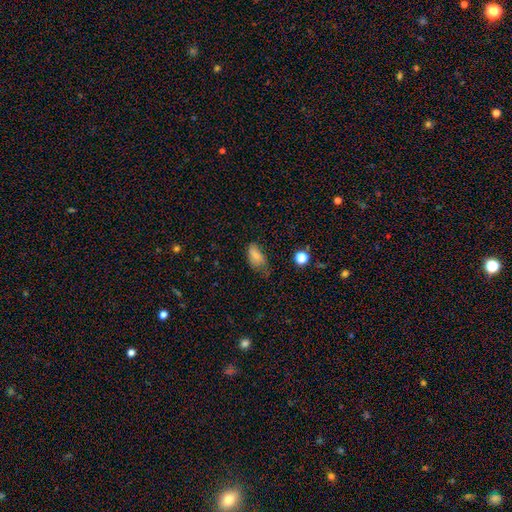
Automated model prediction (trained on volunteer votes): This appears to be a smooth galaxy with no disk features (78%) that is in between round and cigar-shaped (90%). Merging: none (42%).